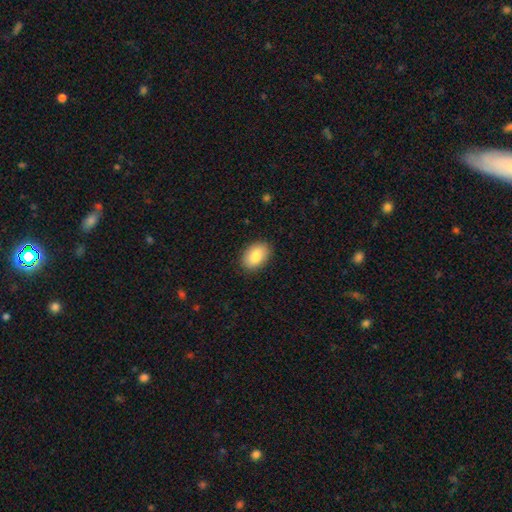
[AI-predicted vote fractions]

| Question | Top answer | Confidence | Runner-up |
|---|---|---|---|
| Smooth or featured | smooth | 85% | featured or disk (8%) |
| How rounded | in between | 88% | round (11%) |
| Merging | none | 88% | minor disturbance (8%) |